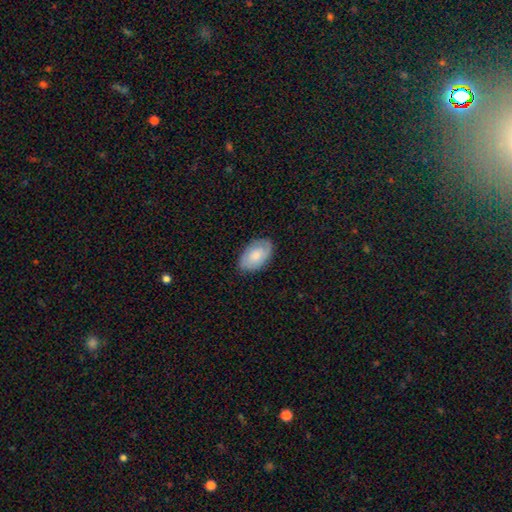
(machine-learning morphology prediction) Smooth or featured? smooth (73%)
How rounded? in between (93%)
Merging? none (81%)